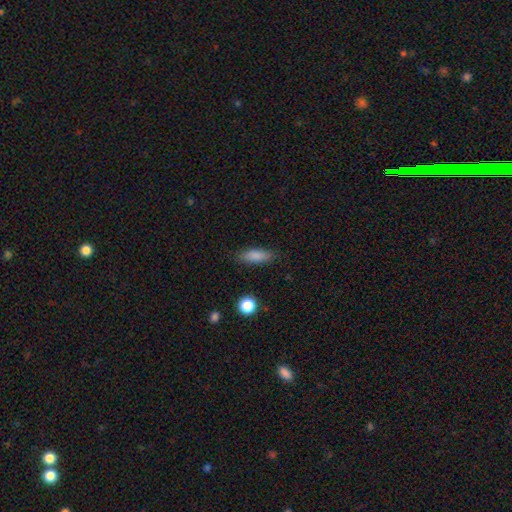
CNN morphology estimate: Q: Smooth or featured?
A: smooth (84%); runner-up: featured or disk (8%)
Q: How rounded?
A: in between (60%); runner-up: cigar-shaped (37%)
Q: Merging?
A: none (85%); runner-up: minor disturbance (11%)